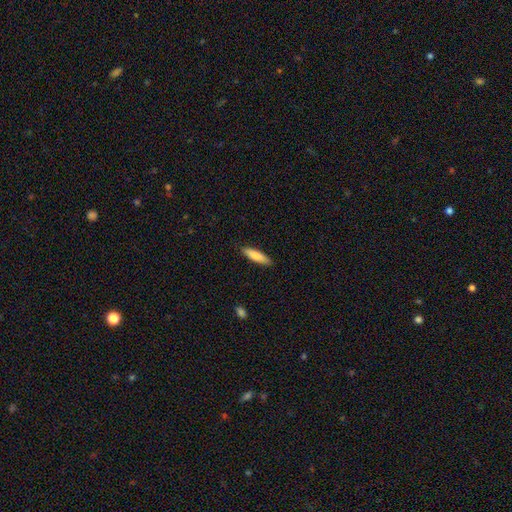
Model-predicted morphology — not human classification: smooth-or-featured: smooth: 83% | featured or disk: 11% | star or artifact: 5%
  how-rounded: cigar-shaped: 70% | in between: 29% | round: 1%
  merging: none: 89% | minor disturbance: 9% | major disturbance: 2% | merger: 1%